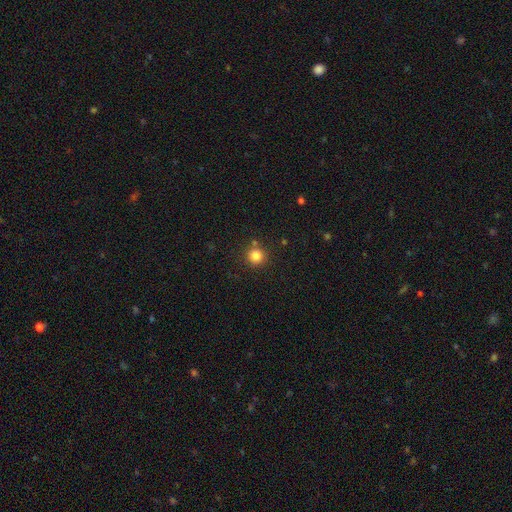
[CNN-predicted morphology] Smooth or featured? smooth (82%)
How rounded? round (93%)
Merging? none (82%)